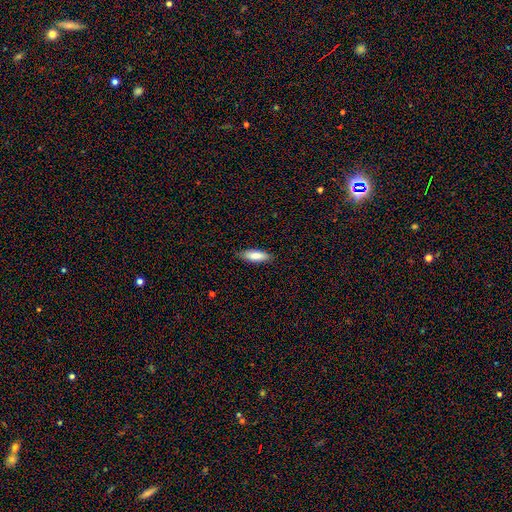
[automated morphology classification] smooth 82%, featured or disk 12%, star or artifact 6%. Down the decision tree: how rounded — in between (63%); merging — none (86%).